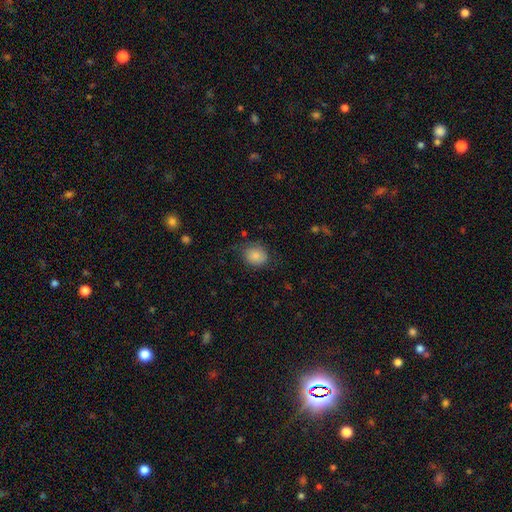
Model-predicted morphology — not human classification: This is clearly a smooth galaxy (83%). How rounded: likely round (63%). Merging: likely none (66%).